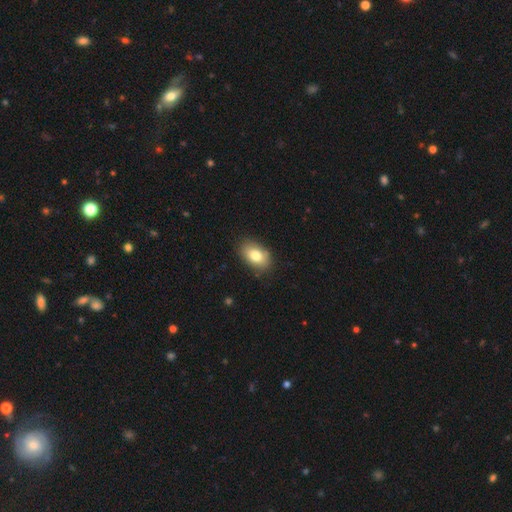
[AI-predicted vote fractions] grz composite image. It shows a smooth galaxy with no disk features (80%) that is in between round and cigar-shaped (88%). Merging: none (83%).